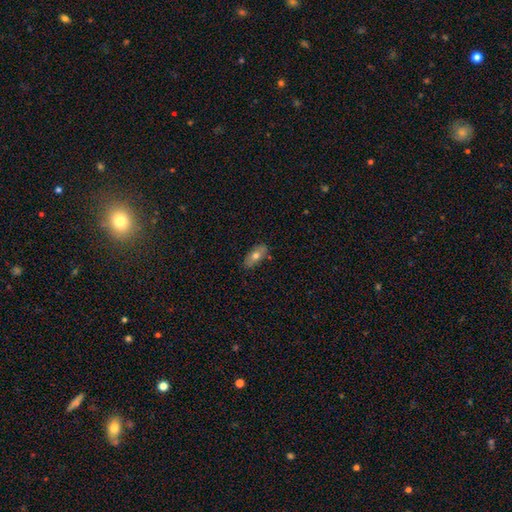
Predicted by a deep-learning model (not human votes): smooth-or-featured: smooth: 70% | featured or disk: 23% | star or artifact: 7%
  how-rounded: in between: 85% | cigar-shaped: 11% | round: 4%
  merging: none: 84% | minor disturbance: 12% | major disturbance: 2% | merger: 2%